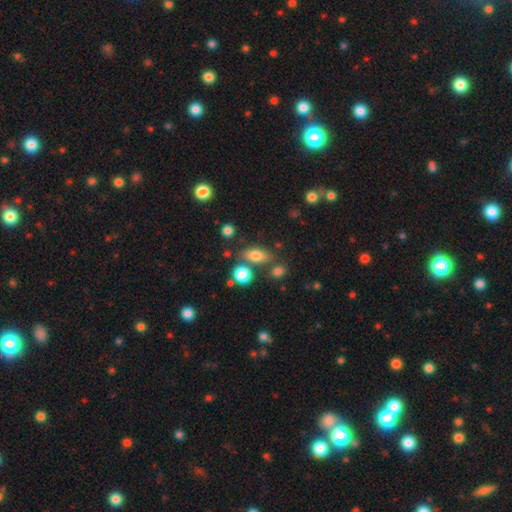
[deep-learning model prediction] Smooth or featured? smooth (78%)
How rounded? in between (76%)
Merging? none (69%)